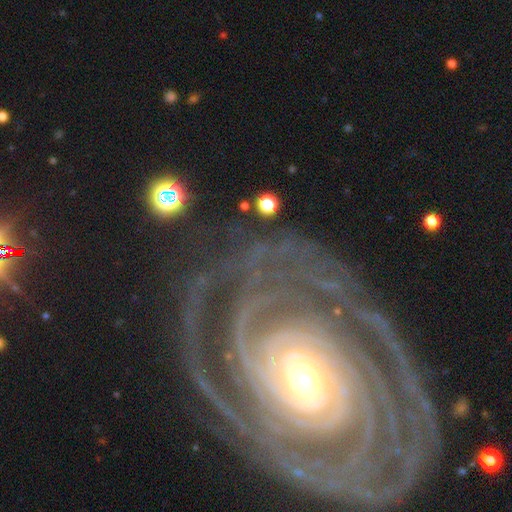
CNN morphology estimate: smooth-or-featured: featured or disk: 86% | star or artifact: 8% | smooth: 6%
  disk-edge-on: no: 96% | yes: 4%
    bar: no: 55% | weak: 24% | strong: 21%
    has-spiral-arms: yes: 97% | no: 3%
      spiral-winding: tight: 78% | medium: 17% | loose: 5%
      spiral-arm-count: can't tell: 22% | more than 4: 21% | 4: 17% | 3: 16% | 2: 15% | 1: 9%
    bulge-size: moderate: 50% | small: 38% | large: 9% | dominant: 2% | none: 2%
  merging: none: 72% | minor disturbance: 14% | major disturbance: 12% | merger: 2%